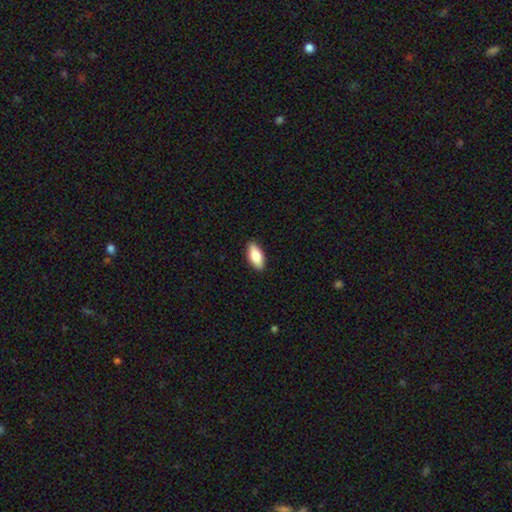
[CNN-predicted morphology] smooth 80%, featured or disk 14%, star or artifact 6%. Down the decision tree: how rounded — in between (85%); merging — none (90%).